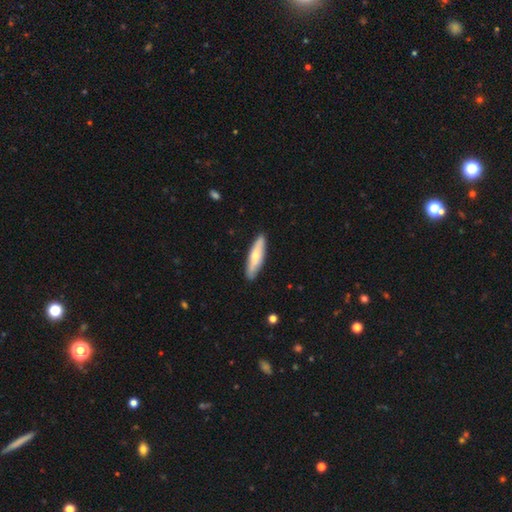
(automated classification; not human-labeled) The model was most divided on "smooth or featured": smooth: 61%, featured or disk: 34%, star or artifact: 5%. More confident: merging — none (88%); how rounded — cigar-shaped (69%).